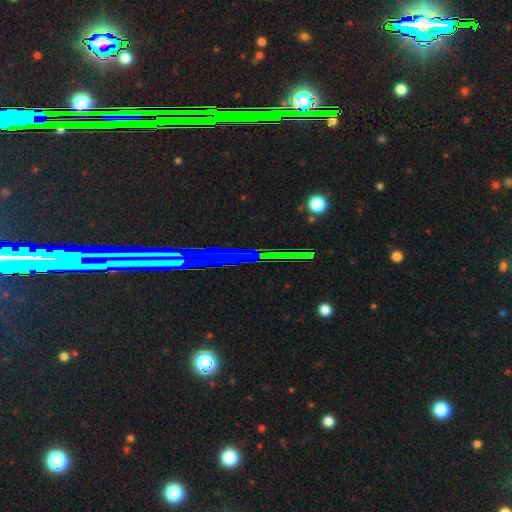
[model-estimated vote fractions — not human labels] smooth-or-featured: star or artifact: 61% | featured or disk: 23% | smooth: 16%